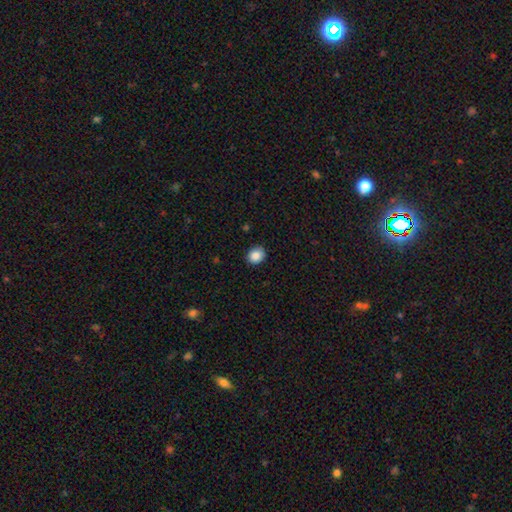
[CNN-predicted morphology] A smooth galaxy with no disk features (87%) that is round (67%).

Vote fractions:
- Smooth or featured? smooth: 87% / star or artifact: 9% / featured or disk: 4%
- How rounded? round: 67% / in between: 32% / cigar-shaped: 1%
- Merging? none: 88% / minor disturbance: 9% / major disturbance: 2% / merger: 1%